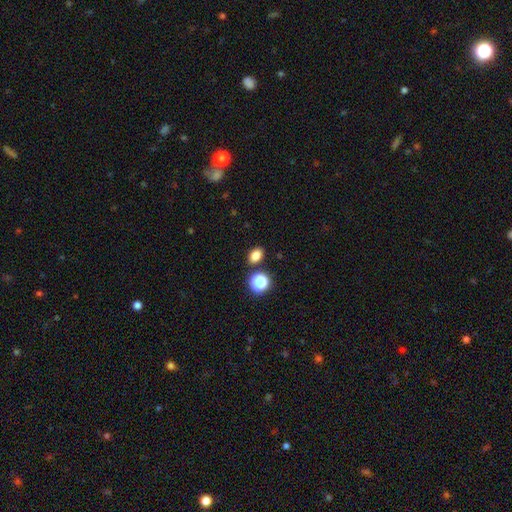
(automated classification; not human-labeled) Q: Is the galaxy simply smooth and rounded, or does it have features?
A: smooth — 81%.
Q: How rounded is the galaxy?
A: in between — 69%.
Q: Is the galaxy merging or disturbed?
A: none — 84%.